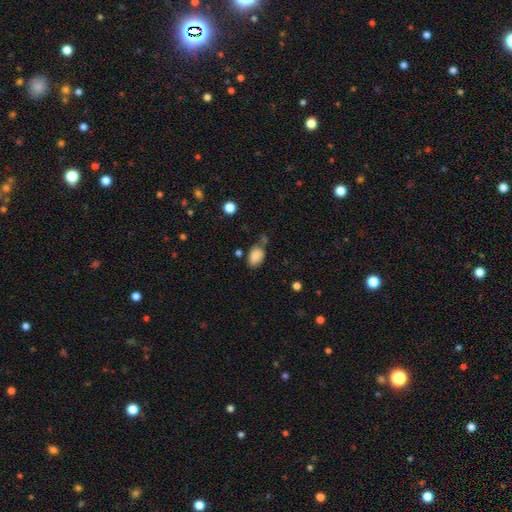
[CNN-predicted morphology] Smooth or featured: smooth — 86% (star or artifact — 8%)
How rounded: in between — 86% (round — 13%)
Merging: none — 60% (minor disturbance — 22%)